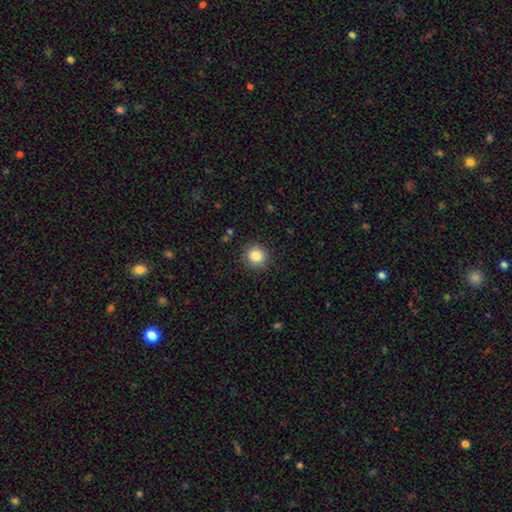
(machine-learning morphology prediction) This appears to be a smooth galaxy with no disk features (85%) that is round (93%). Merging: none (90%).